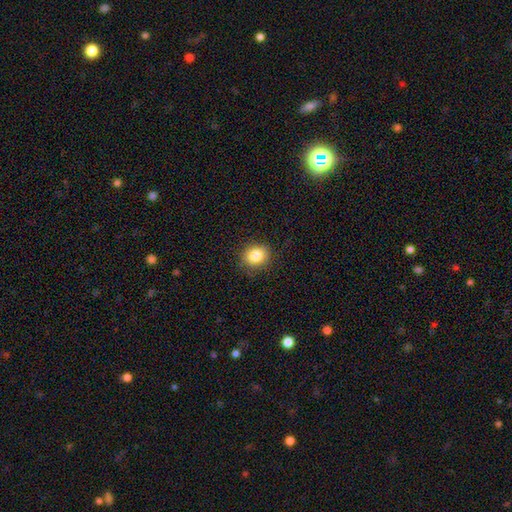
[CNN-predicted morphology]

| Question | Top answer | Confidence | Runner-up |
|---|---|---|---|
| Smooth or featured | smooth | 84% | star or artifact (10%) |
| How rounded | round | 63% | in between (36%) |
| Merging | none | 86% | minor disturbance (10%) |